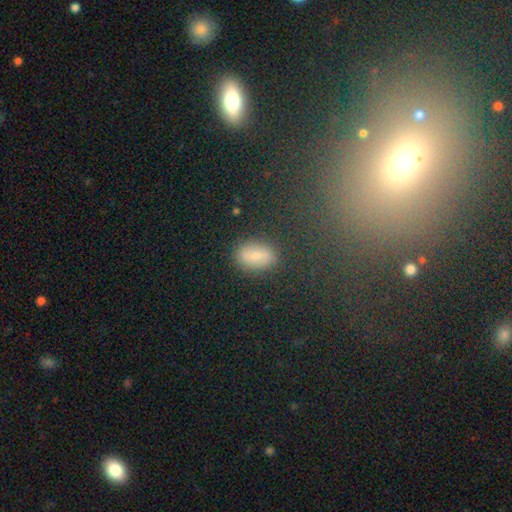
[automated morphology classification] A smooth galaxy with no disk features (70%) that is in between round and cigar-shaped (84%).

Vote fractions:
- Smooth or featured? smooth: 70% / featured or disk: 18% / star or artifact: 12%
- How rounded? in between: 84% / round: 13% / cigar-shaped: 3%
- Merging? none: 83% / minor disturbance: 11% / major disturbance: 3% / merger: 2%